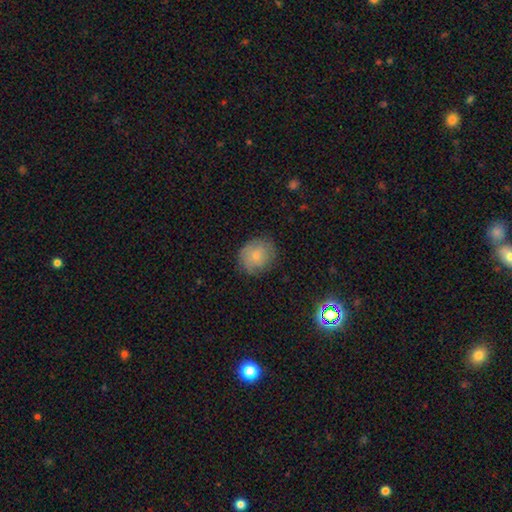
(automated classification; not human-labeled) Q: Smooth or featured?
A: smooth (70%); runner-up: featured or disk (21%)
Q: How rounded?
A: round (82%); runner-up: in between (17%)
Q: Merging?
A: none (78%); runner-up: minor disturbance (17%)